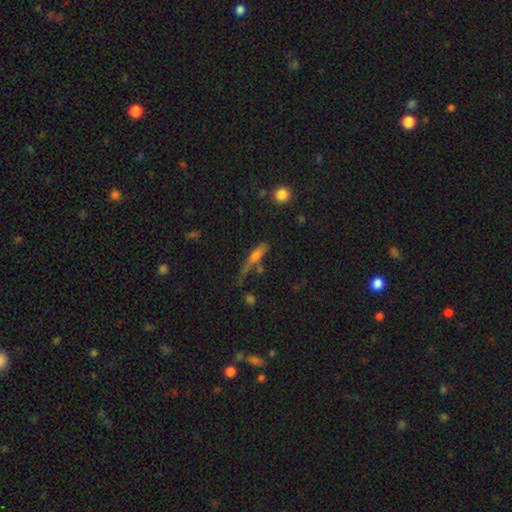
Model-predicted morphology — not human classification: A smooth galaxy with no disk features (46%).

Vote fractions:
- Smooth or featured? smooth: 46% / featured or disk: 41% / star or artifact: 13%
- Merging? none: 48% / minor disturbance: 23% / major disturbance: 15% / merger: 14%